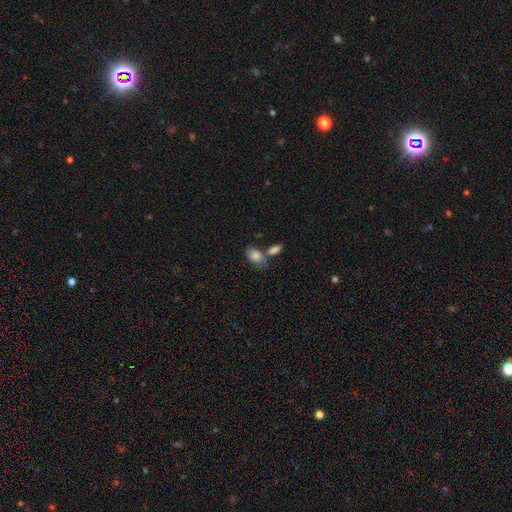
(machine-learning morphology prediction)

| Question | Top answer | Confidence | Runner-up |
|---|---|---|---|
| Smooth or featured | smooth | 83% | featured or disk (10%) |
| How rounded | in between | 87% | round (11%) |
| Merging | none | 47% | merger (32%) |